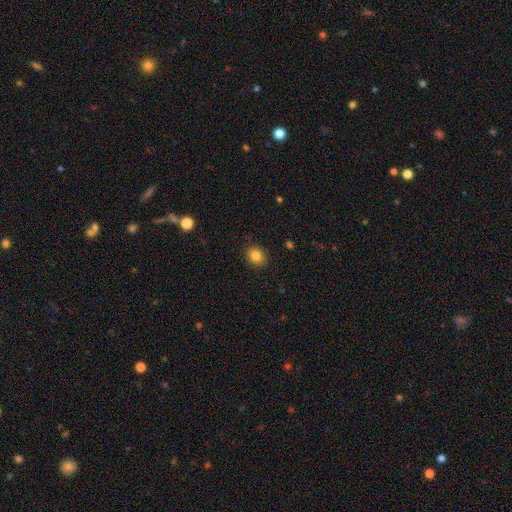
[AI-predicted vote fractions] Smooth or featured: smooth — 84% (star or artifact — 10%)
How rounded: round — 63% (in between — 36%)
Merging: none — 89% (minor disturbance — 8%)